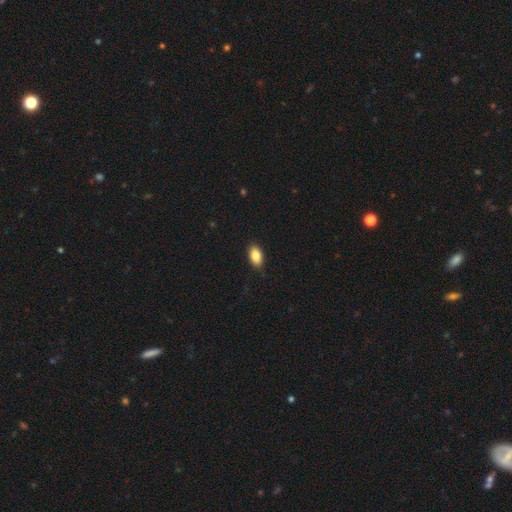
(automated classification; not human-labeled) Morphology: type=smooth (86%); roundness=in between (92%); merging=none (86%).